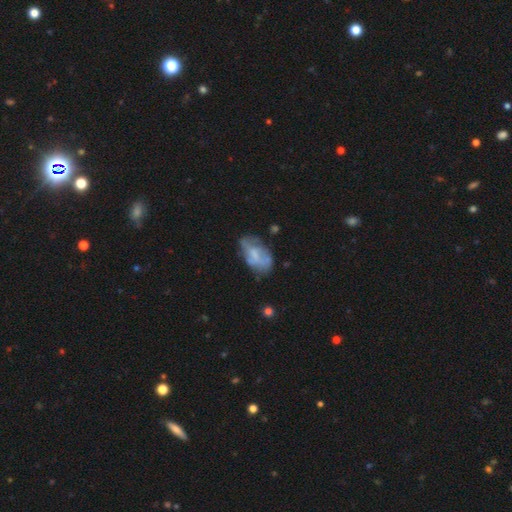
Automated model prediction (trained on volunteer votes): Smooth or featured? featured or disk (51%)
Edge-on disk? no (95%)
Merging? none (44%)